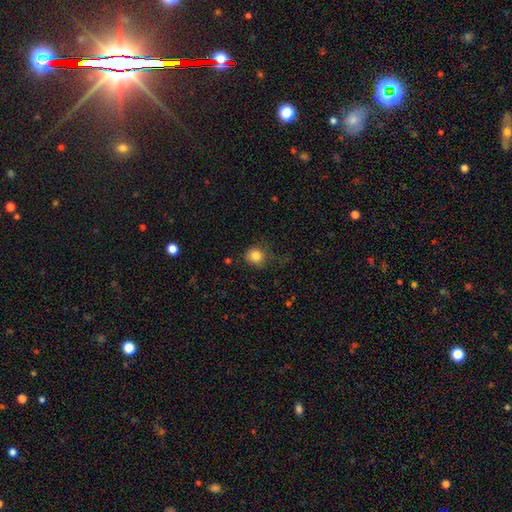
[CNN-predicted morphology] Q: Smooth or featured?
A: smooth (84%); runner-up: star or artifact (11%)
Q: How rounded?
A: round (87%); runner-up: in between (12%)
Q: Merging?
A: none (71%); runner-up: minor disturbance (18%)